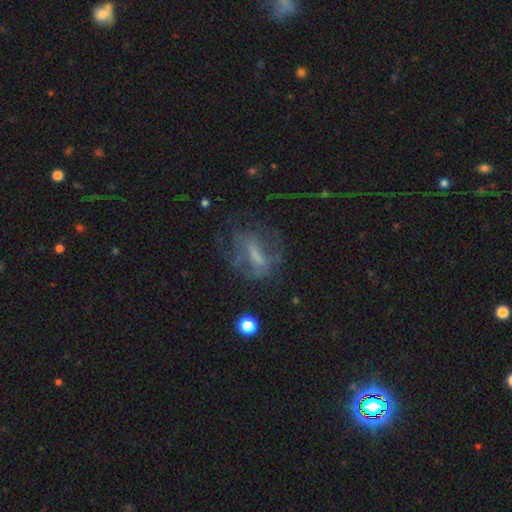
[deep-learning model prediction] Overall: featured or disk (51%; smooth 33%). Edge-on disk: no (90%). Merging: none (48%; major disturbance 28%).